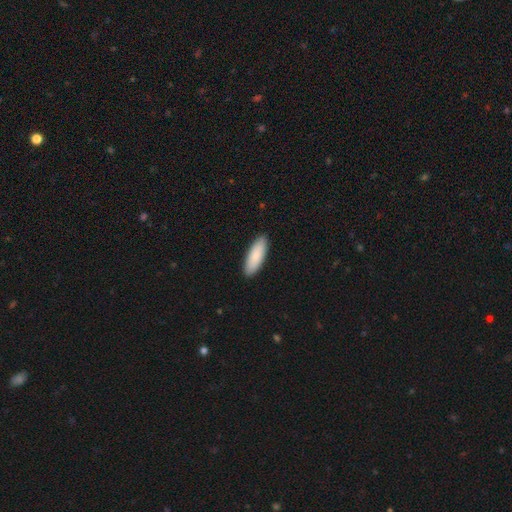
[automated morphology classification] Smooth or featured? Predicted: smooth (p=0.88). How rounded? Predicted: in between (p=0.61). Merging? Predicted: none (p=0.90).